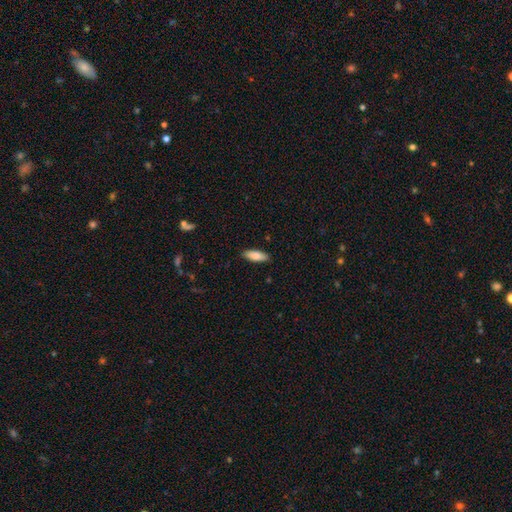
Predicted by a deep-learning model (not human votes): The model was most divided on "how rounded": in between: 68%, cigar-shaped: 31%, round: 2%. More confident: merging — none (87%); smooth or featured — smooth (87%).